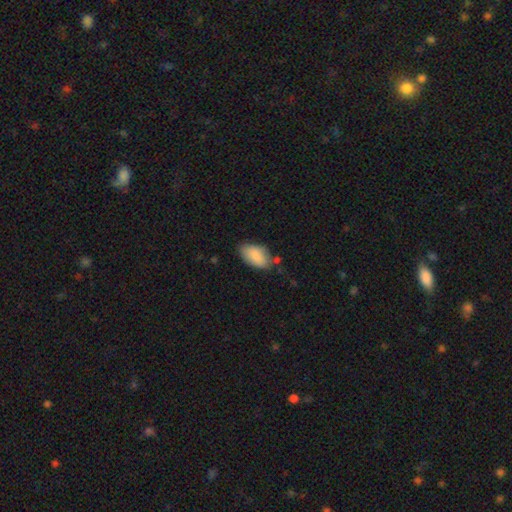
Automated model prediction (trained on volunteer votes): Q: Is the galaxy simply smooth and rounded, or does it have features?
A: smooth — 86%.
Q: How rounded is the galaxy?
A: in between — 94%.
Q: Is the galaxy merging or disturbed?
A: none — 63%.